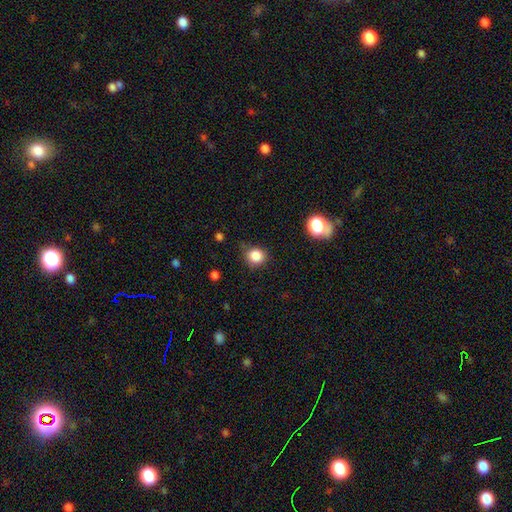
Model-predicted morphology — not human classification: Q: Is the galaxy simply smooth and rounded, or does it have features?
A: smooth — 84%.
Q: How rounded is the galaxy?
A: round — 85%.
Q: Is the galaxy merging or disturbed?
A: none — 78%.